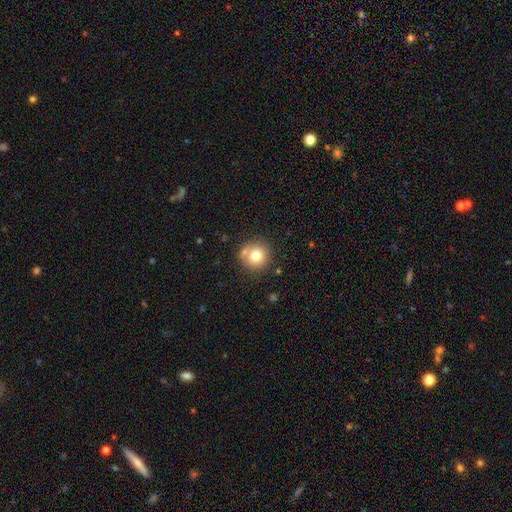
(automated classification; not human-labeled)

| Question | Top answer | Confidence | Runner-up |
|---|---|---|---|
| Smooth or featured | smooth | 77% | featured or disk (12%) |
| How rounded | round | 91% | in between (8%) |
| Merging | none | 70% | merger (13%) |